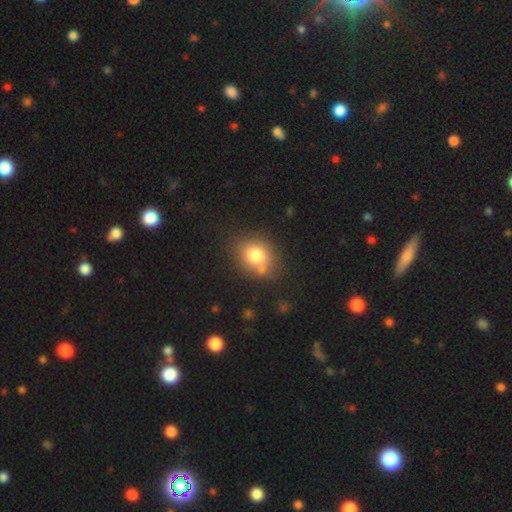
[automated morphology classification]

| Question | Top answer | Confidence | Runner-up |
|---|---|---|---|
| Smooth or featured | smooth | 79% | featured or disk (11%) |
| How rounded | round | 52% | in between (47%) |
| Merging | none | 63% | minor disturbance (18%) |